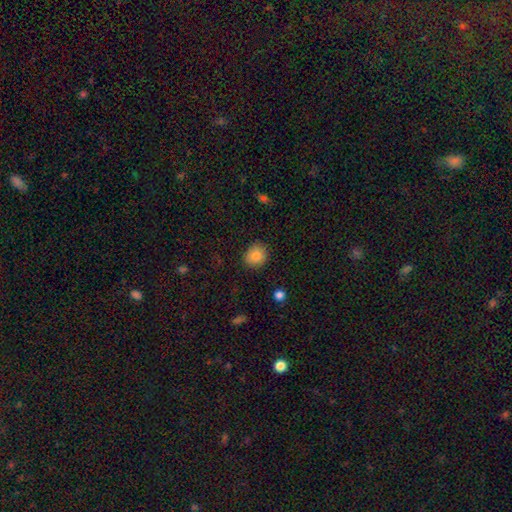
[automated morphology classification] Q: Smooth or featured?
A: smooth (85%); runner-up: star or artifact (9%)
Q: How rounded?
A: round (76%); runner-up: in between (23%)
Q: Merging?
A: none (87%); runner-up: minor disturbance (9%)